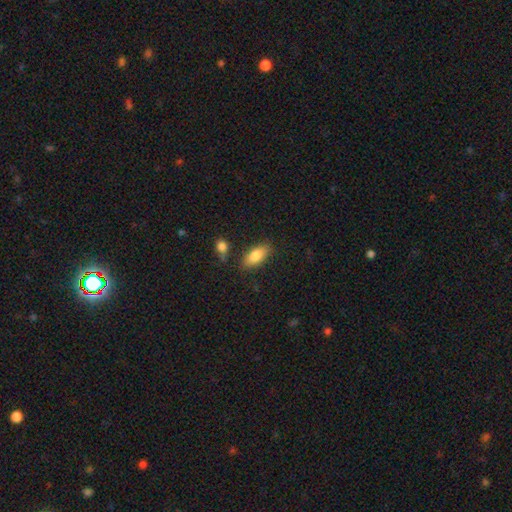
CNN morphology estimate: Smooth or featured?
  - smooth: 83% *
  - featured or disk: 10%
  - star or artifact: 7%
How rounded?
  - in between: 86% *
  - cigar-shaped: 11%
  - round: 3%
Merging?
  - none: 79% *
  - minor disturbance: 13%
  - merger: 5%
  - major disturbance: 3%